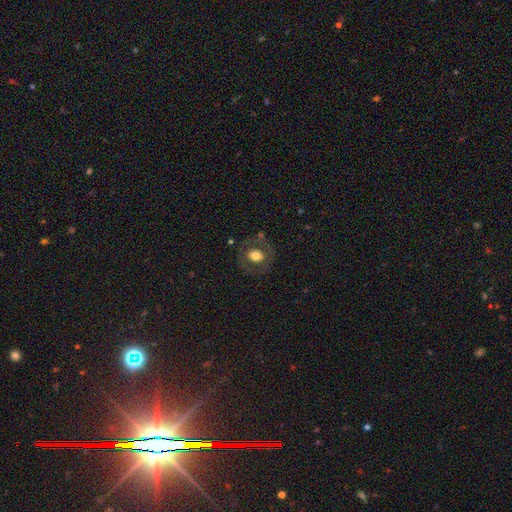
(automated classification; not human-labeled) Q: Smooth or featured?
A: smooth (56%); runner-up: featured or disk (35%)
Q: How rounded?
A: round (72%); runner-up: in between (27%)
Q: Merging?
A: none (80%); runner-up: minor disturbance (11%)